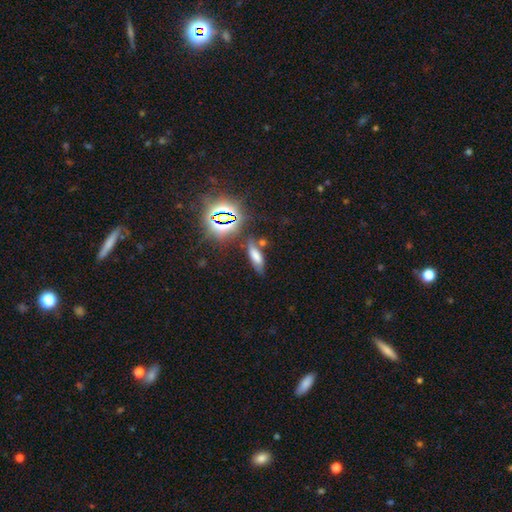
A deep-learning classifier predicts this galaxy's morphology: smooth_or_featured: smooth (p=0.61) [alt: star or artifact p=0.25]
how_rounded: in between (p=0.56) [alt: cigar-shaped p=0.38]
merging: none (p=0.65) [alt: minor disturbance p=0.17]